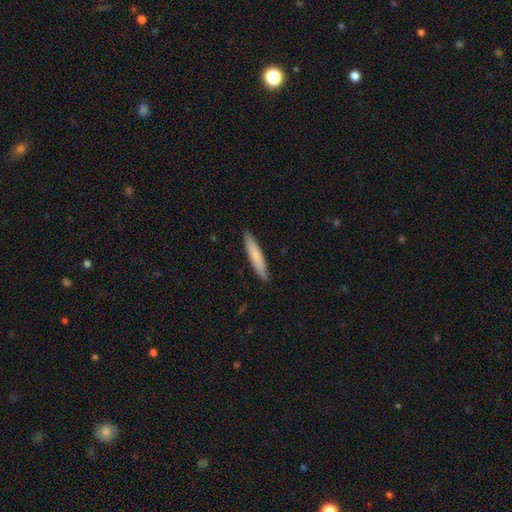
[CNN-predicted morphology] smooth 78%, featured or disk 16%, star or artifact 5%. Down the decision tree: how rounded — cigar-shaped (91%); merging — none (91%).